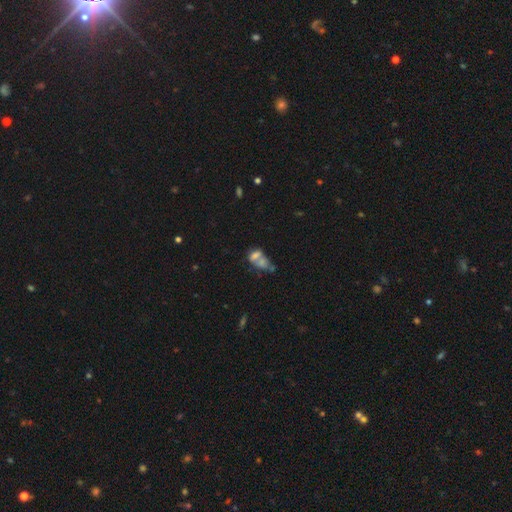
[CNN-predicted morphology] Smooth or featured? smooth (56%)
How rounded? in between (80%)
Merging? merger (63%)